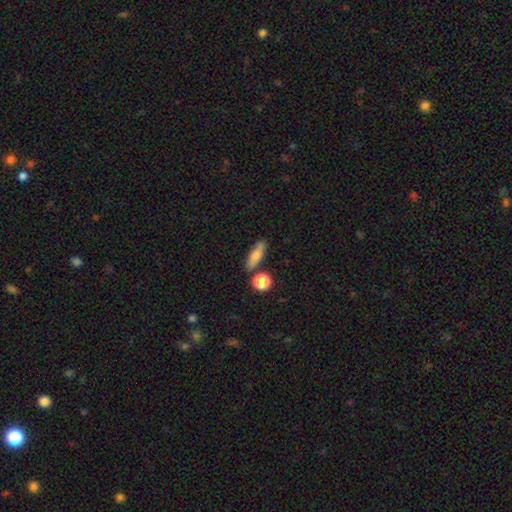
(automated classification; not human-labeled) Smooth or featured? smooth (72%)
How rounded? in between (47%)
Merging? none (73%)